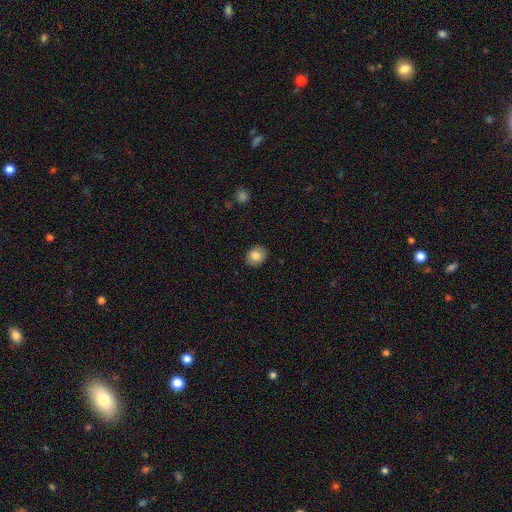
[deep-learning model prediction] smooth-or-featured: smooth: 82% | featured or disk: 10% | star or artifact: 9%
  how-rounded: round: 57% | in between: 42% | cigar-shaped: 1%
  merging: none: 88% | minor disturbance: 9% | major disturbance: 2% | merger: 1%